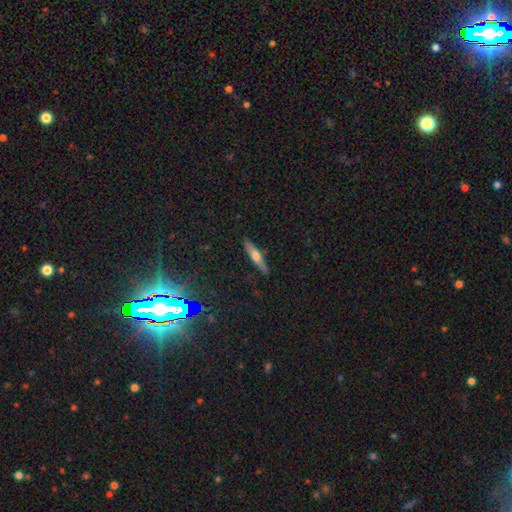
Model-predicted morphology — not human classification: smooth-or-featured: featured or disk: 50% | smooth: 42% | star or artifact: 8%
  disk-edge-on: yes: 94% | no: 6%
  merging: none: 88% | minor disturbance: 9% | major disturbance: 2% | merger: 1%